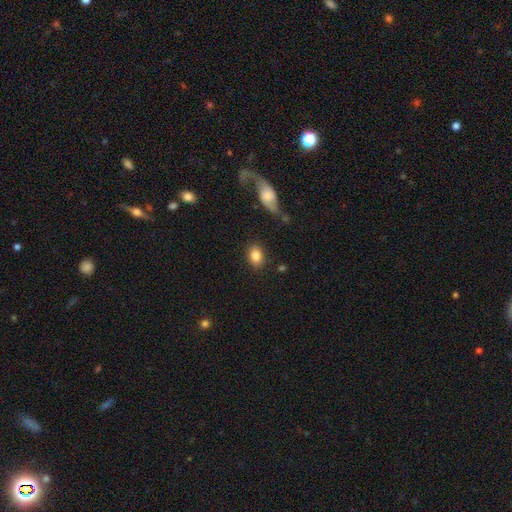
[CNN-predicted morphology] A smooth galaxy with no disk features (85%) that is in between round and cigar-shaped (60%).

Vote fractions:
- Smooth or featured? smooth: 85% / star or artifact: 8% / featured or disk: 7%
- How rounded? in between: 60% / round: 39% / cigar-shaped: 2%
- Merging? none: 84% / minor disturbance: 10% / major disturbance: 3% / merger: 3%